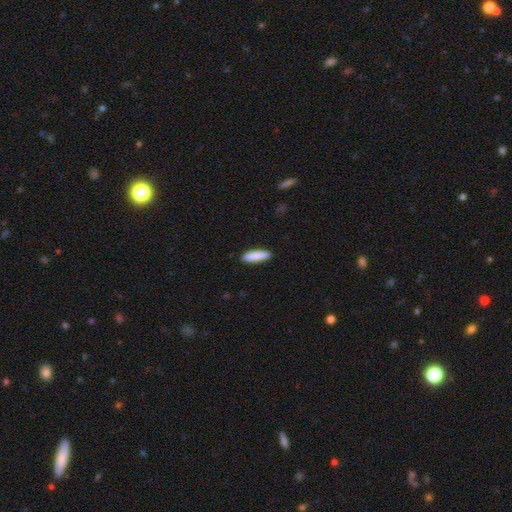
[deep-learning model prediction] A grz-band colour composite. It shows a smooth galaxy with no disk features (88%) that is cigar-shaped (71%). Merging: none (90%).